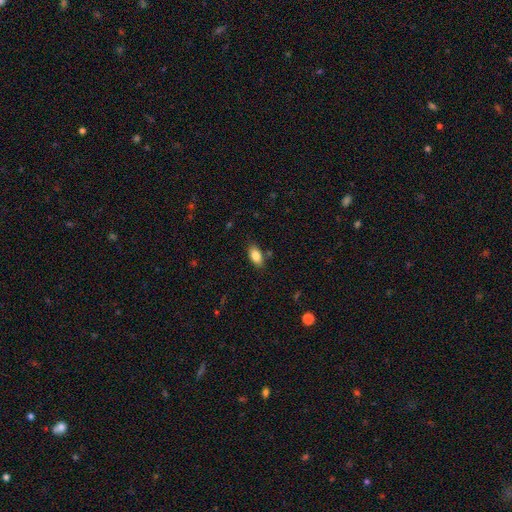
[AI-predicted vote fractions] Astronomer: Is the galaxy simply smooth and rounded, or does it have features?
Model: smooth — 84%.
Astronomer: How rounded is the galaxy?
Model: in between — 90%.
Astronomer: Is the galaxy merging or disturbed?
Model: none — 82%.